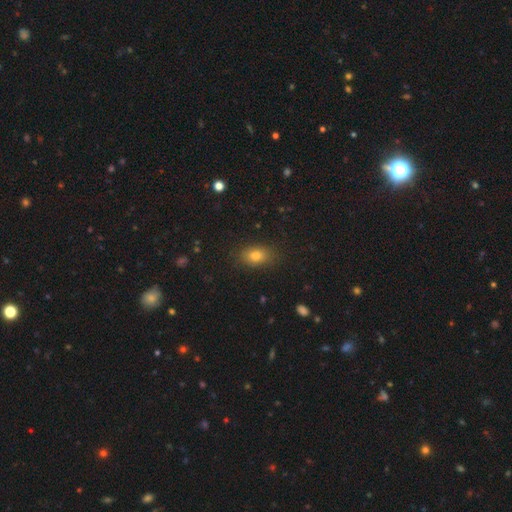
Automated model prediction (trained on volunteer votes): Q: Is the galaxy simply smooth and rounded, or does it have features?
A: smooth — 79%.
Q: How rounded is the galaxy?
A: in between — 78%.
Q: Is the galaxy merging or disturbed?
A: none — 84%.